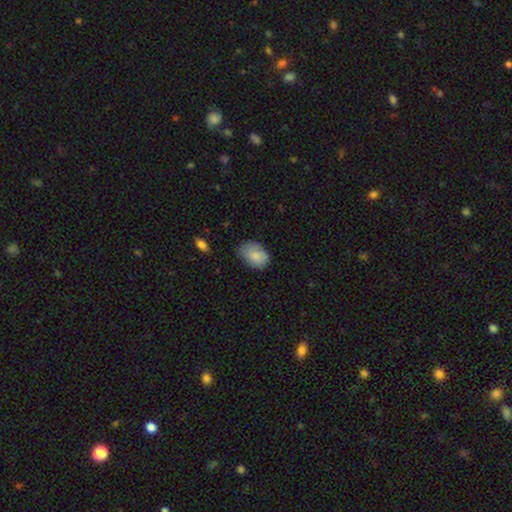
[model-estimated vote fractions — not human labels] smooth-or-featured: smooth: 84% | featured or disk: 9% | star or artifact: 7%
  how-rounded: in between: 80% | round: 19% | cigar-shaped: 1%
  merging: none: 60% | minor disturbance: 31% | major disturbance: 7% | merger: 2%